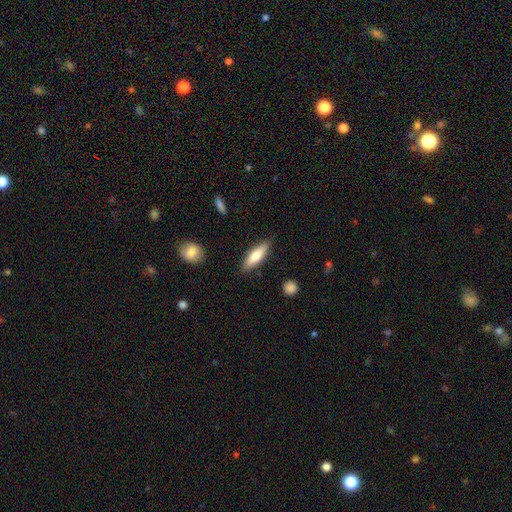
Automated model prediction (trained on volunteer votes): This is likely a smooth galaxy (70%). How rounded: possibly cigar-shaped (55%). Merging: clearly none (85%).